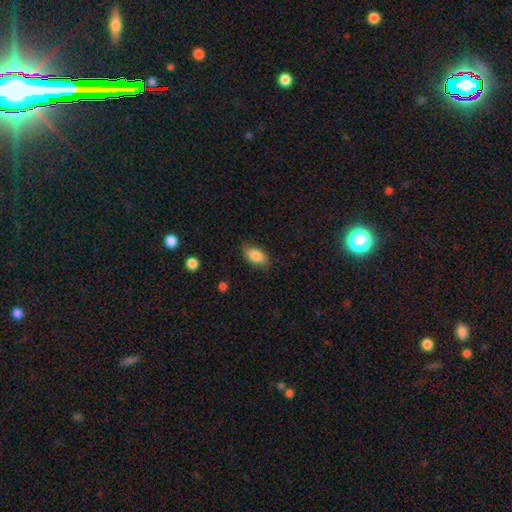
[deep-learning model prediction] Smooth or featured? smooth (85%)
How rounded? in between (91%)
Merging? none (77%)